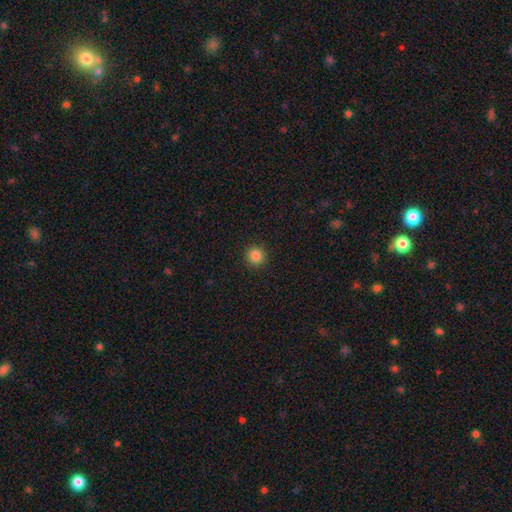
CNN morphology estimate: Smooth or featured? smooth (85%)
How rounded? round (94%)
Merging? none (93%)